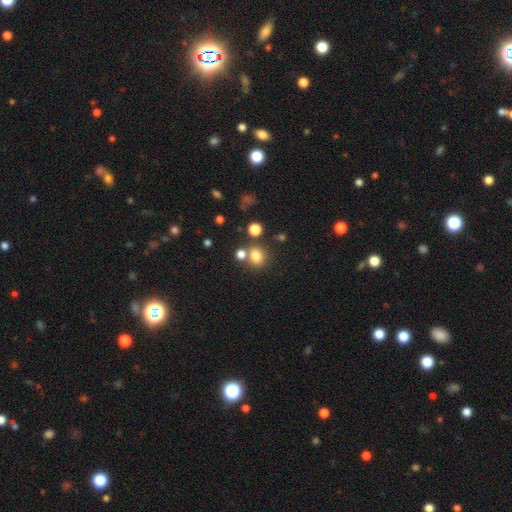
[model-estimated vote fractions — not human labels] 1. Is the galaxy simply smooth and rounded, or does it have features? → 78% smooth, 14% star or artifact, 7% featured or disk.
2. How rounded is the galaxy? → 69% round, 30% in between, 1% cigar-shaped.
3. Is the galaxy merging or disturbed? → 63% none, 21% merger, 11% minor disturbance, 4% major disturbance.